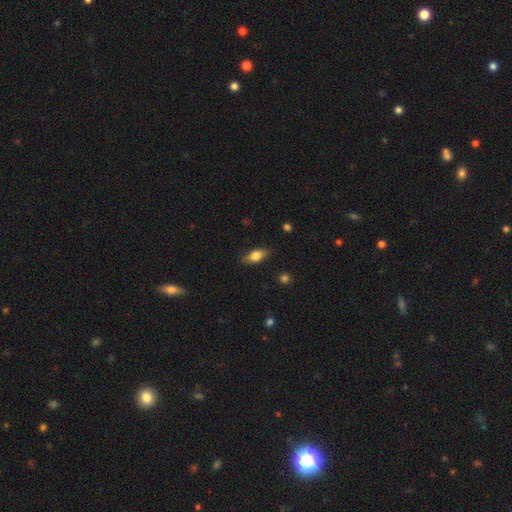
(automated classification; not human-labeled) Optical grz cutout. It shows a smooth galaxy with no disk features (74%) that is in between round and cigar-shaped (82%). Merging: none (82%).